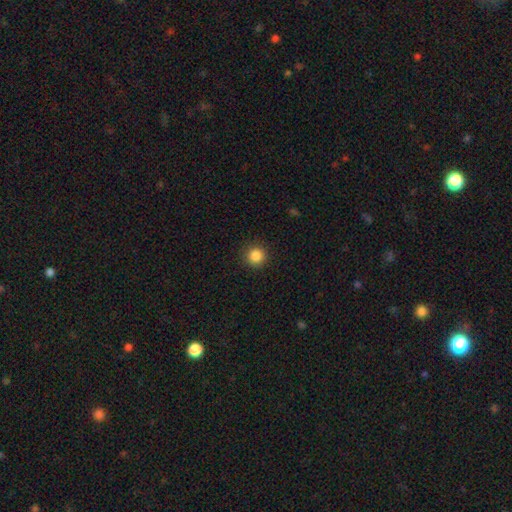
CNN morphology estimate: This appears to be a smooth galaxy with no disk features (86%) that is round (95%). Merging: none (91%).